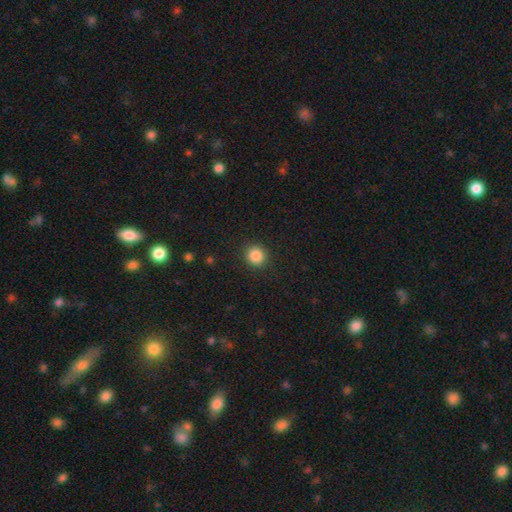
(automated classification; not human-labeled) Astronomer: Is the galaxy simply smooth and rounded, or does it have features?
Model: smooth — 86%.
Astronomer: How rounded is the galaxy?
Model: round — 90%.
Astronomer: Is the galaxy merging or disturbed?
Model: none — 91%.